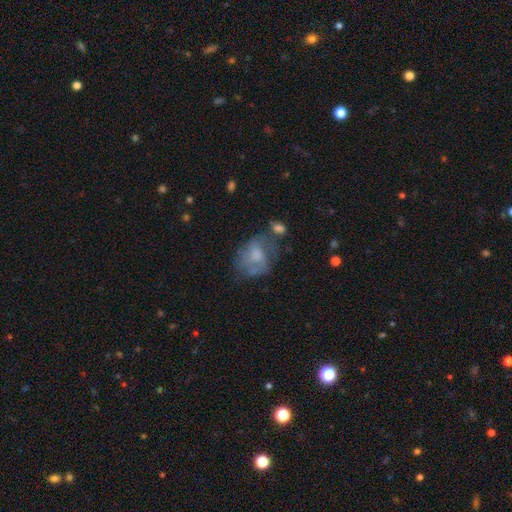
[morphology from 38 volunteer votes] smooth_or_featured: featured or disk (p=0.63) [alt: smooth p=0.37]
disk_edge_on: no (p=1.00)
bar: no (p=0.67) [alt: weak p=0.29]
has_spiral_arms: yes (p=0.54) [alt: no p=0.46]
spiral_winding: medium (p=0.54) [alt: tight p=0.23]
spiral_arm_count: can't tell (p=0.46) [alt: 2 p=0.23]
bulge_size: moderate (p=0.42) [alt: small p=0.25]
merging: none (p=0.50) [alt: minor disturbance p=0.34]